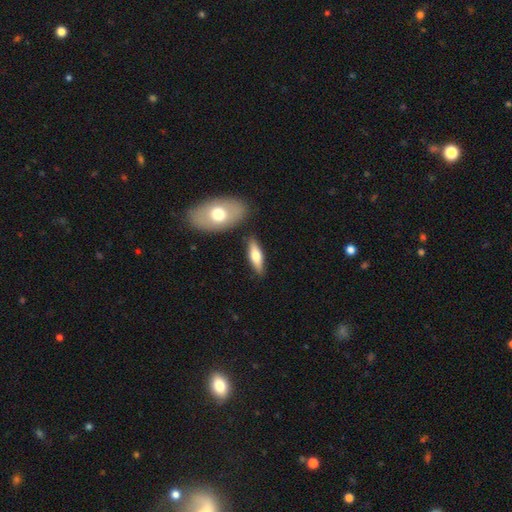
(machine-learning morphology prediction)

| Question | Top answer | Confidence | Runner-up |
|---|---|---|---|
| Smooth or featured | smooth | 56% | featured or disk (39%) |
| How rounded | cigar-shaped | 51% | in between (46%) |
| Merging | none | 83% | minor disturbance (9%) |